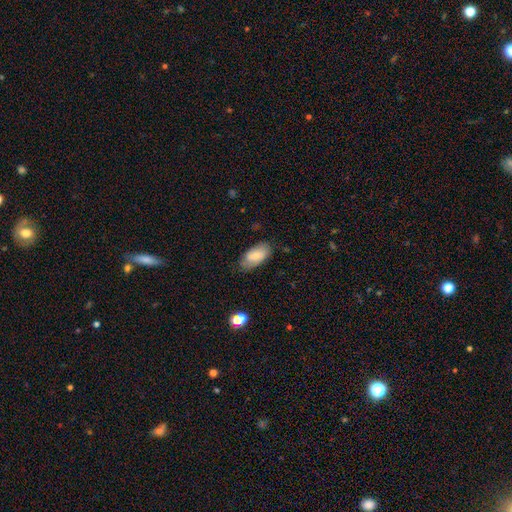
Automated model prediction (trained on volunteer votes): A smooth galaxy with no disk features (76%) that is in between round and cigar-shaped (93%).

Vote fractions:
- Smooth or featured? smooth: 76% / featured or disk: 17% / star or artifact: 7%
- How rounded? in between: 93% / cigar-shaped: 4% / round: 3%
- Merging? none: 74% / minor disturbance: 21% / major disturbance: 4% / merger: 1%